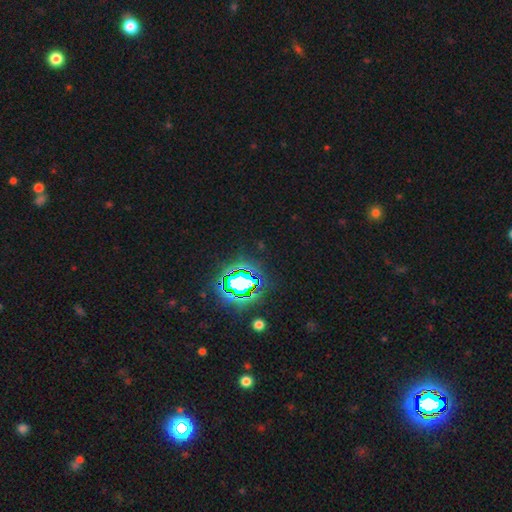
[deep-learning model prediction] Q: Smooth or featured?
A: star or artifact (83%); runner-up: smooth (11%)